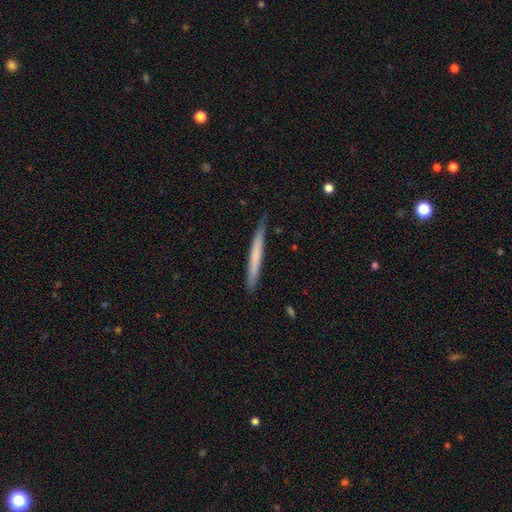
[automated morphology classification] type=smooth (61%); roundness=cigar-shaped (97%); merging=none (85%).